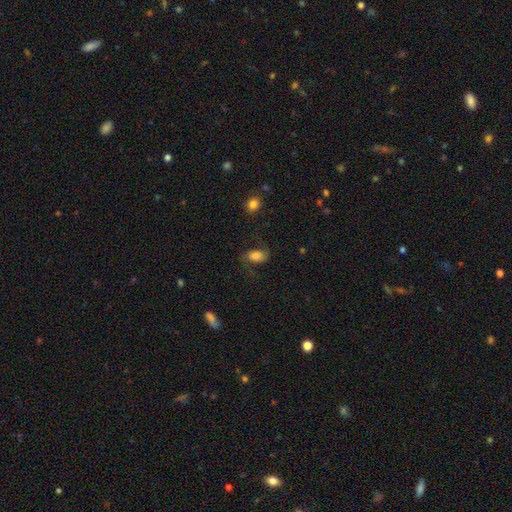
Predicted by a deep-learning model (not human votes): Smooth or featured: smooth — 69% (featured or disk — 23%)
How rounded: in between — 88% (round — 10%)
Merging: none — 64% (minor disturbance — 20%)